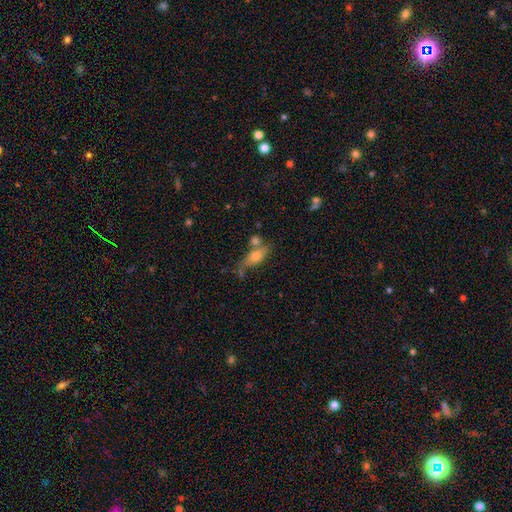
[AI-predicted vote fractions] This is possibly a smooth galaxy (58%). How rounded: likely in between (71%). Merging: marginally none (43%).